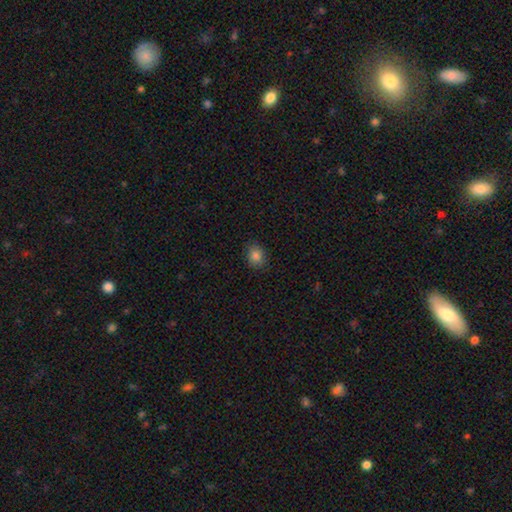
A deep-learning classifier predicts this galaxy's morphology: A smooth galaxy with no disk features (85%) that is round (55%).

Vote fractions:
- Smooth or featured? smooth: 85% / star or artifact: 11% / featured or disk: 5%
- How rounded? round: 55% / in between: 44% / cigar-shaped: 1%
- Merging? none: 85% / minor disturbance: 11% / major disturbance: 3% / merger: 1%